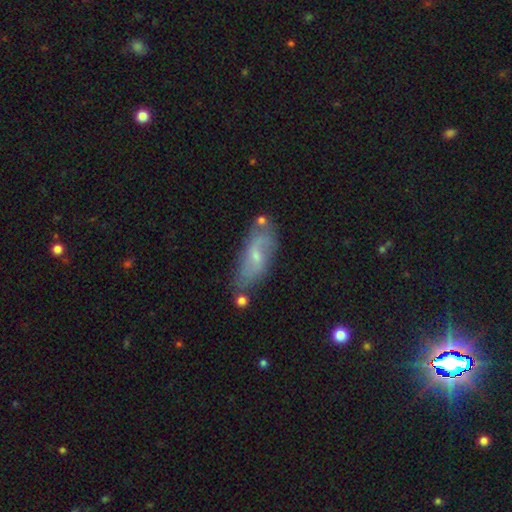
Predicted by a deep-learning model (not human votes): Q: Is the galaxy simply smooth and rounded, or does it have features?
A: featured or disk — 58%.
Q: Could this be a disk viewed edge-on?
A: no — 86%.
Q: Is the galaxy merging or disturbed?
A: none — 63%.